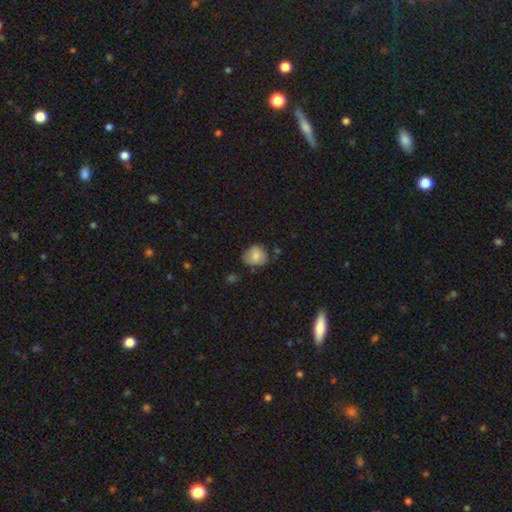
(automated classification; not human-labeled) Q: Smooth or featured?
A: smooth (78%); runner-up: featured or disk (13%)
Q: How rounded?
A: round (68%); runner-up: in between (31%)
Q: Merging?
A: none (60%); runner-up: minor disturbance (29%)